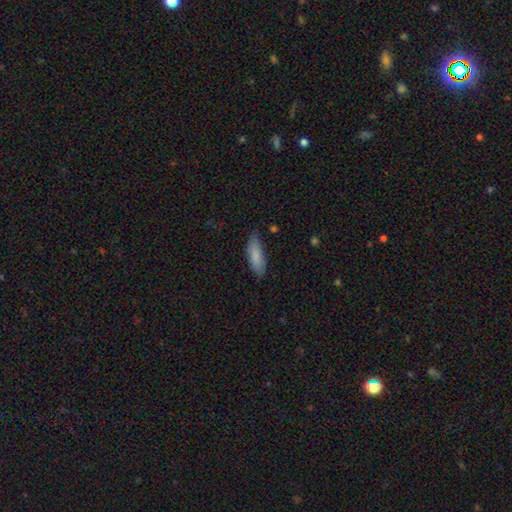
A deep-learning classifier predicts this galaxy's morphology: Smooth or featured? Predicted: smooth (p=0.84). How rounded? Predicted: in between (p=0.59). Merging? Predicted: none (p=0.70).